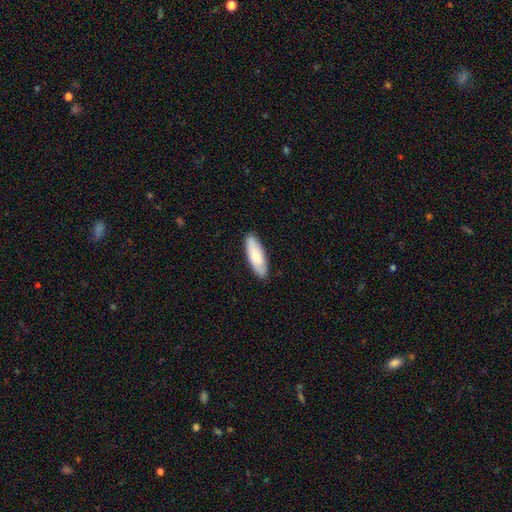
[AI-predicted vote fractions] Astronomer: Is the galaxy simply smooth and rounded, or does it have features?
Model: smooth — 75%.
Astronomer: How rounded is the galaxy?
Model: in between — 63%.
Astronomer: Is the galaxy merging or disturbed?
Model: none — 88%.